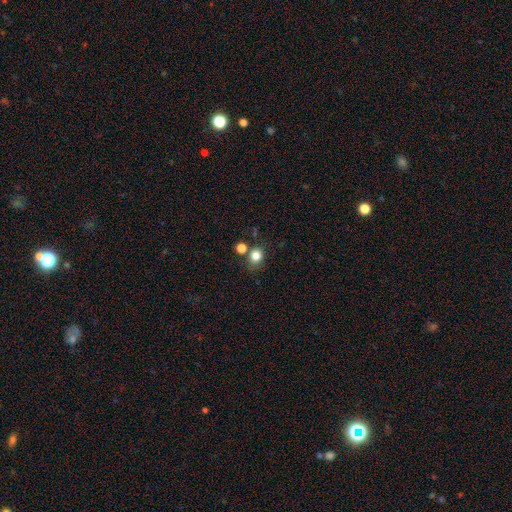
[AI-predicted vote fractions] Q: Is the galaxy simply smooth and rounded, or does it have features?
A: smooth — 81%.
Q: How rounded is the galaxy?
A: round — 73%.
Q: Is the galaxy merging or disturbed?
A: none — 68%.